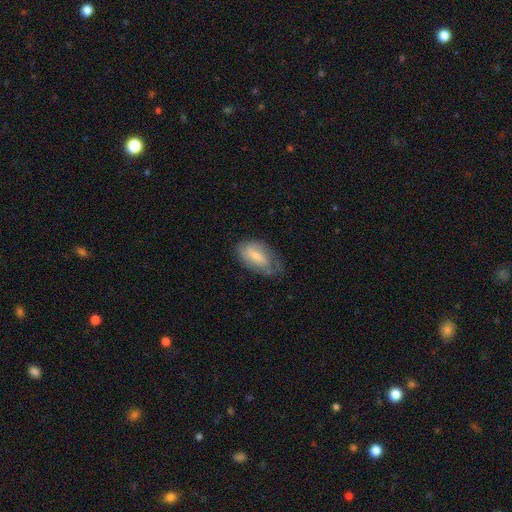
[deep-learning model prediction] Q: Smooth or featured?
A: smooth (59%); runner-up: featured or disk (35%)
Q: How rounded?
A: in between (91%); runner-up: cigar-shaped (5%)
Q: Merging?
A: none (54%); runner-up: minor disturbance (33%)